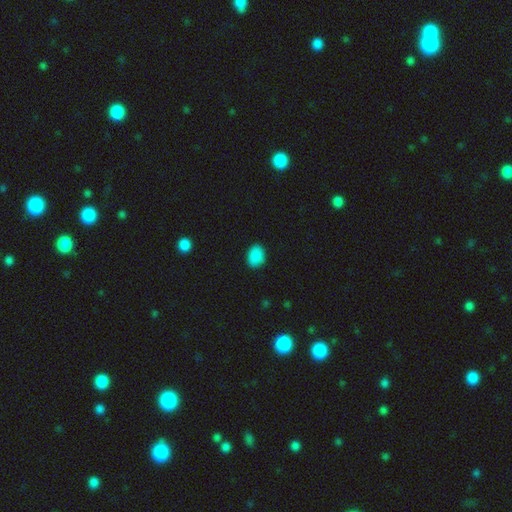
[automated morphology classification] The model was most divided on "how rounded": in between: 66%, round: 33%, cigar-shaped: 1%. More confident: smooth or featured — smooth (88%); merging — none (86%).